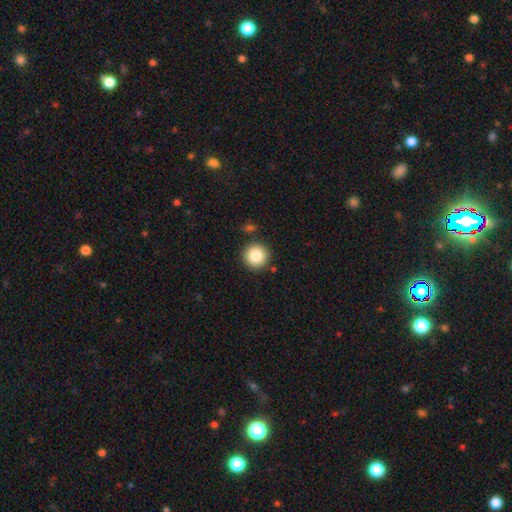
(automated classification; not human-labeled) Morphology: type=smooth (84%); roundness=round (96%); merging=none (87%).